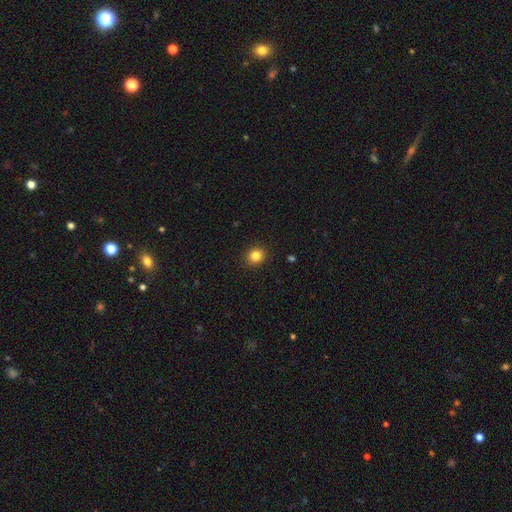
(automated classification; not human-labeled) Morphology: type=smooth (84%); roundness=round (83%); merging=none (91%).